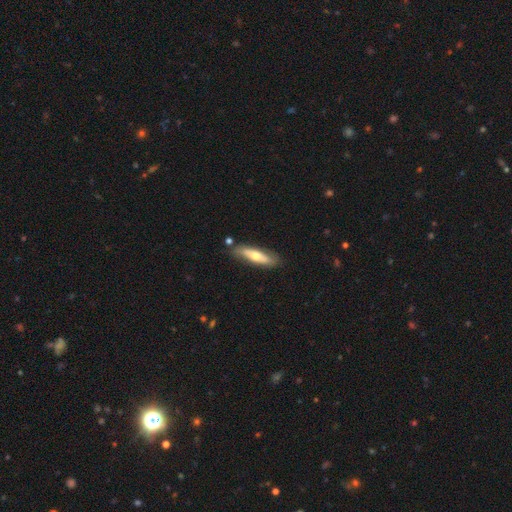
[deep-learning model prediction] Smooth or featured: smooth — 51% (featured or disk — 44%)
How rounded: cigar-shaped — 68% (in between — 30%)
Merging: none — 76% (minor disturbance — 16%)